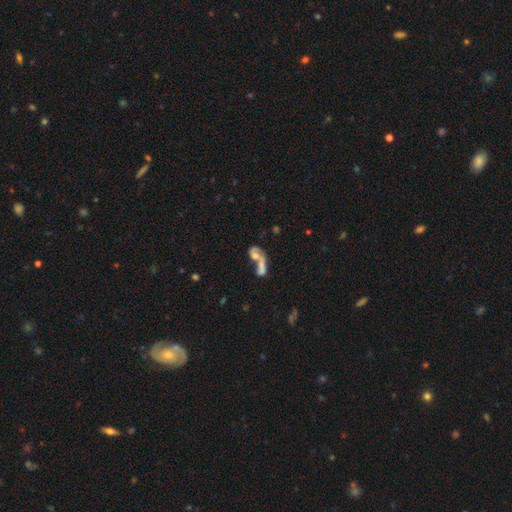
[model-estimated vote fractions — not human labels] This is possibly a featured or disk galaxy (47%). Merging: likely merger (66%).